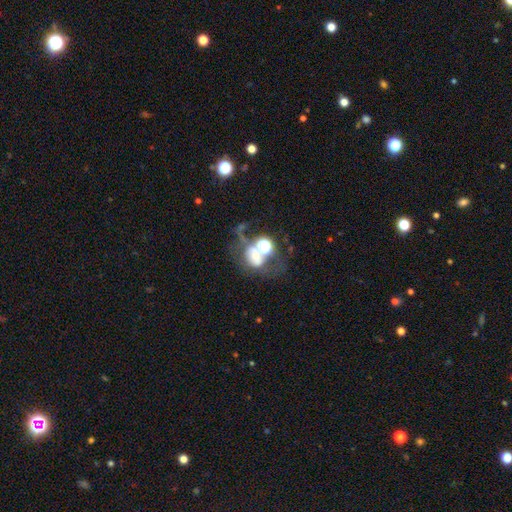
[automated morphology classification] This appears to be a smooth galaxy with no disk features (40%). Merging: merger (40%).